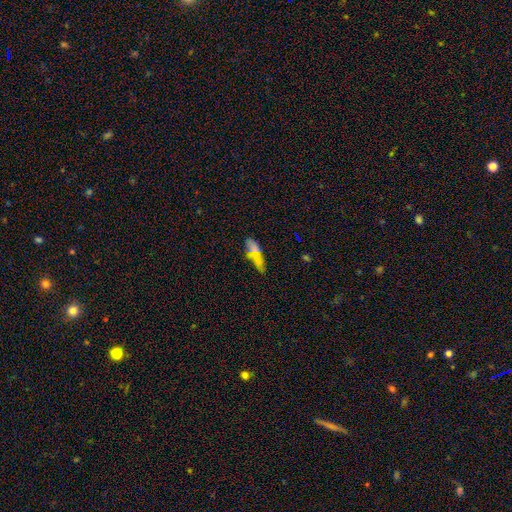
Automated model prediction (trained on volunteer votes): This is likely a smooth galaxy (69%). How rounded: possibly cigar-shaped (52%). Merging: likely none (60%).